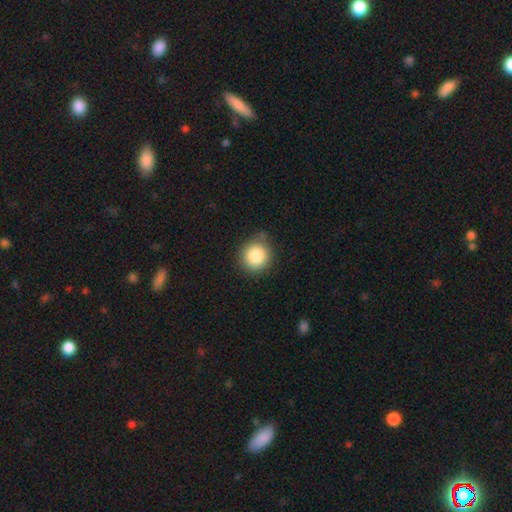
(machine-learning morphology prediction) This is clearly a smooth galaxy (86%). How rounded: clearly round (88%). Merging: likely none (79%).